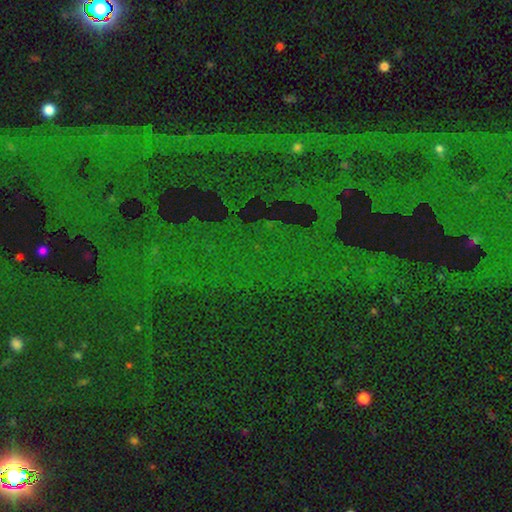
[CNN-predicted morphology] Smooth or featured? star or artifact (84%)